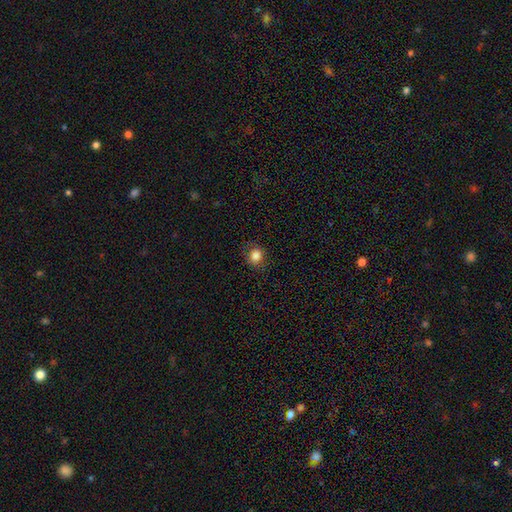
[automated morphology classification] A smooth galaxy with no disk features (84%) that is round (79%). Merging: none (85%).